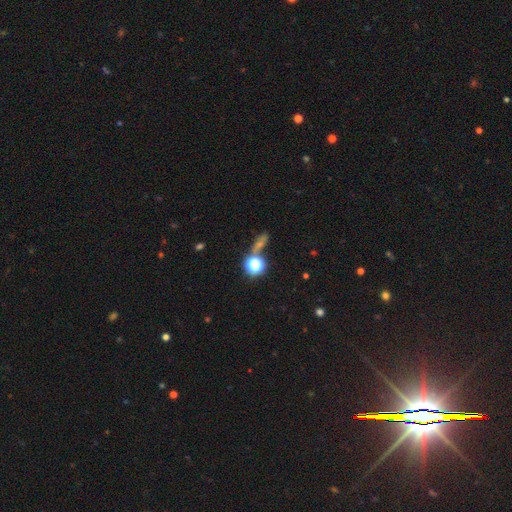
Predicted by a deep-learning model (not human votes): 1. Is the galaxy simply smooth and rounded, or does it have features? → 51% star or artifact, 34% smooth, 15% featured or disk.